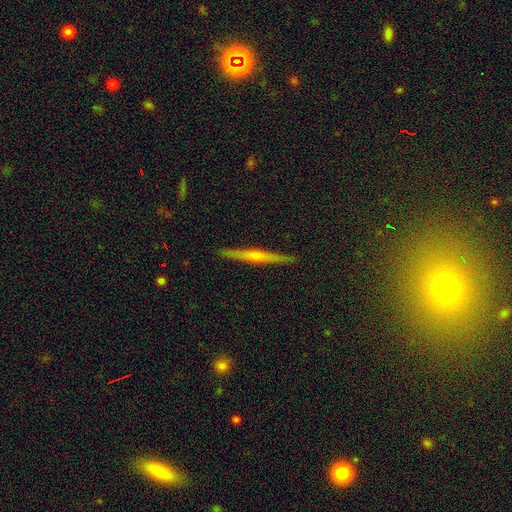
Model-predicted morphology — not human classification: Smooth or featured: featured or disk — 72% (smooth — 19%)
Edge-on disk: yes — 98% (no — 2%)
Edge-on bulge: rounded — 78% (none — 17%)
Merging: none — 92% (minor disturbance — 6%)